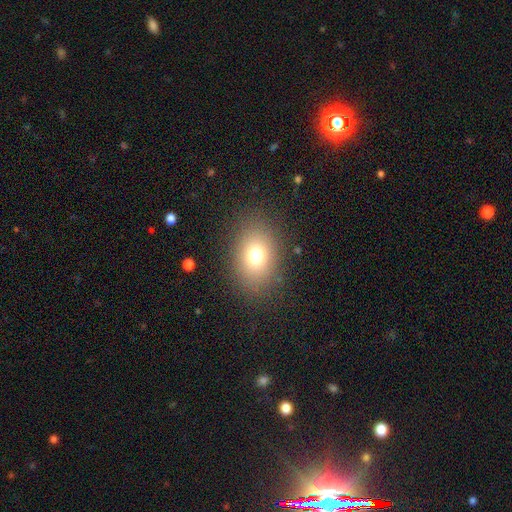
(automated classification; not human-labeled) A smooth galaxy with no disk features (73%) that is in between round and cigar-shaped (66%). Merging: none (84%).